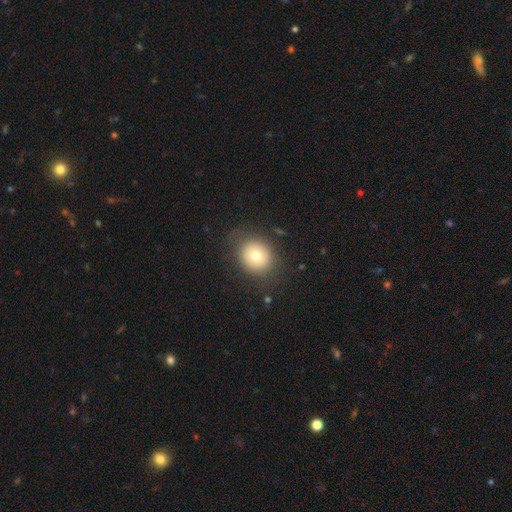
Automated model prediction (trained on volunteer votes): This appears to be a smooth galaxy with no disk features (73%) that is round (79%). Merging: none (78%).